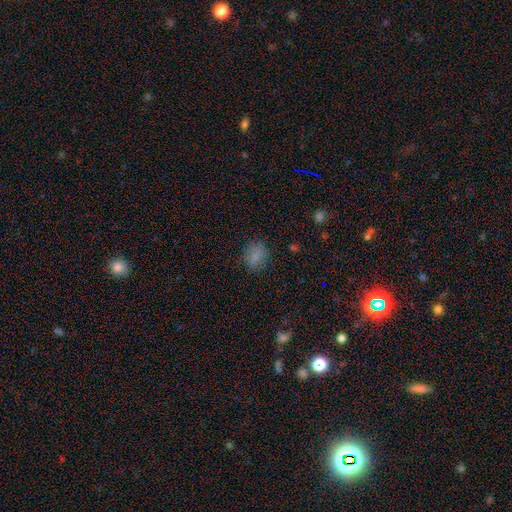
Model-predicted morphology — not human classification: Smooth or featured: smooth — 80% (star or artifact — 14%)
How rounded: in between — 52% (round — 46%)
Merging: none — 81% (minor disturbance — 13%)